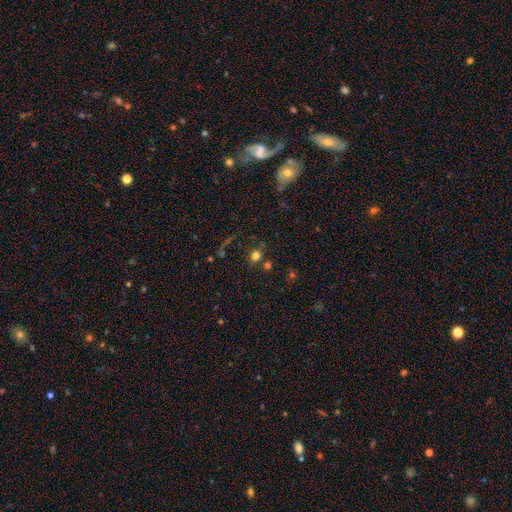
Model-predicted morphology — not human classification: A smooth galaxy with no disk features (74%) that is round (83%). Merging: none (73%).